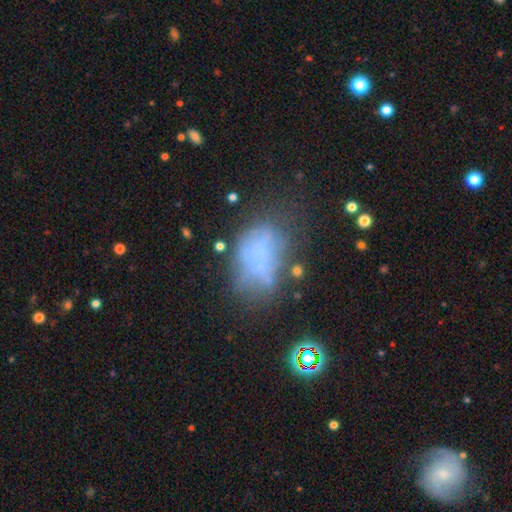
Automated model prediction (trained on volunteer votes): Smooth or featured?
  - smooth: 47% *
  - featured or disk: 31%
  - star or artifact: 22%
Merging?
  - none: 38% *
  - minor disturbance: 27%
  - major disturbance: 26%
  - merger: 9%